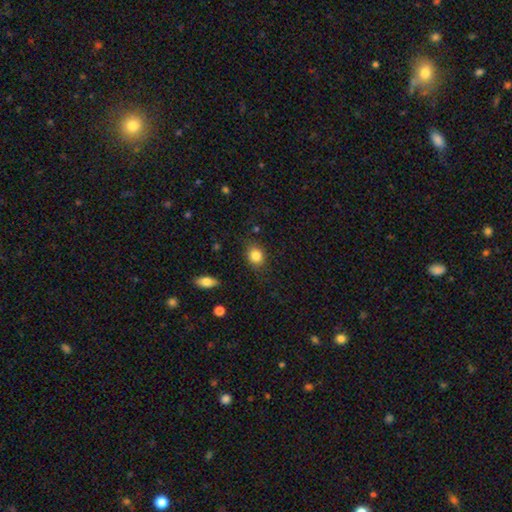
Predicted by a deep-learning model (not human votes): smooth 84%, star or artifact 10%, featured or disk 6%. Down the decision tree: how rounded — round (59%); merging — none (81%).